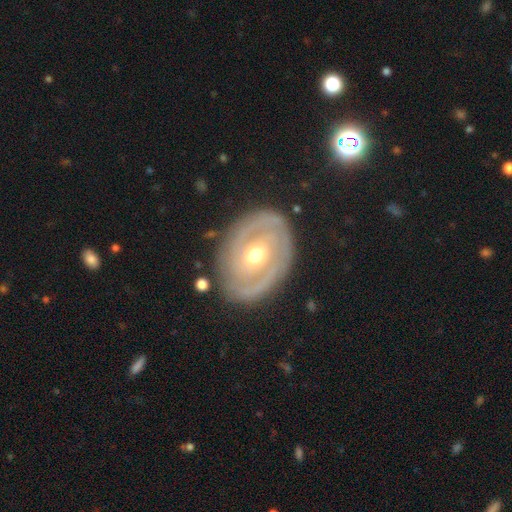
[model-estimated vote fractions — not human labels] Morphology: type=featured or disk (85%); edge-on=no (96%); bar=no (44%); spiral arms=yes (86%); winding=tight (67%); arm count=2 (63%); bulge=moderate (65%); merging=none (82%).